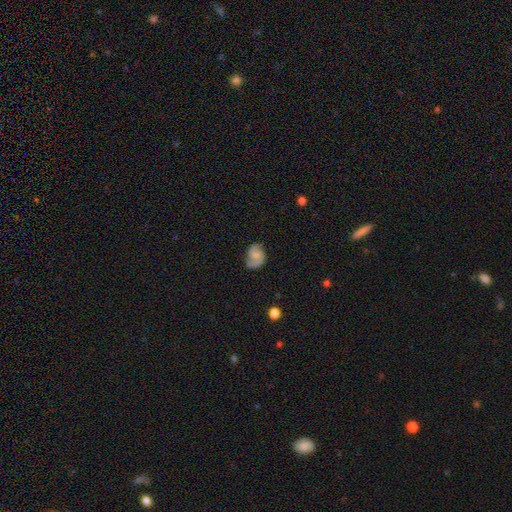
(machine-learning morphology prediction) type=featured or disk (62%); edge-on=no (97%); bar=no (54%); spiral arms=yes (91%); winding=medium (48%); arm count=2 (78%); bulge=none (37%); merging=none (64%).